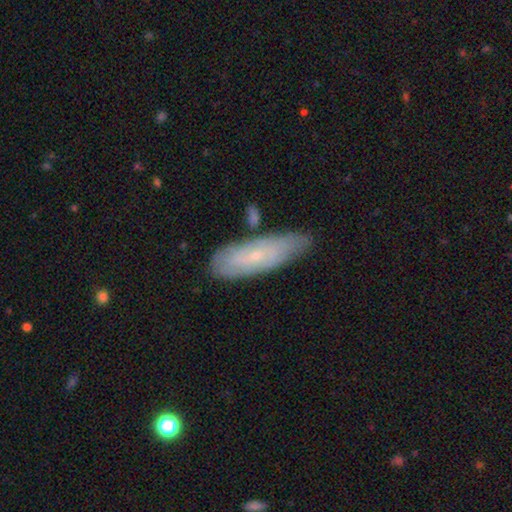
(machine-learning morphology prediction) smooth-or-featured: featured or disk: 49% | smooth: 44% | star or artifact: 7%
  merging: none: 70% | minor disturbance: 20% | merger: 6% | major disturbance: 4%